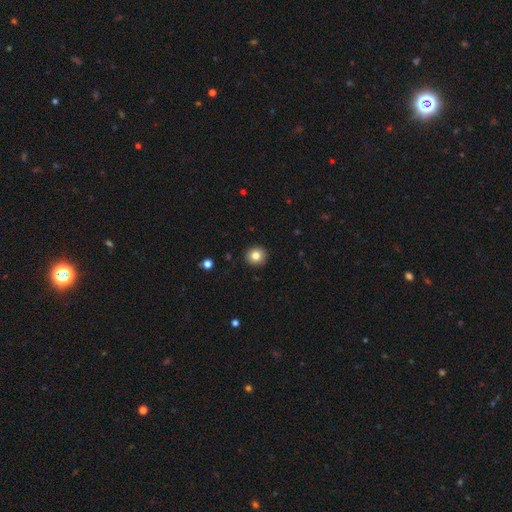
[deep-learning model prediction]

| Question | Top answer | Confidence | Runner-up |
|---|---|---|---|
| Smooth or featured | smooth | 83% | star or artifact (10%) |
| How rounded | round | 93% | in between (6%) |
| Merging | none | 92% | minor disturbance (5%) |